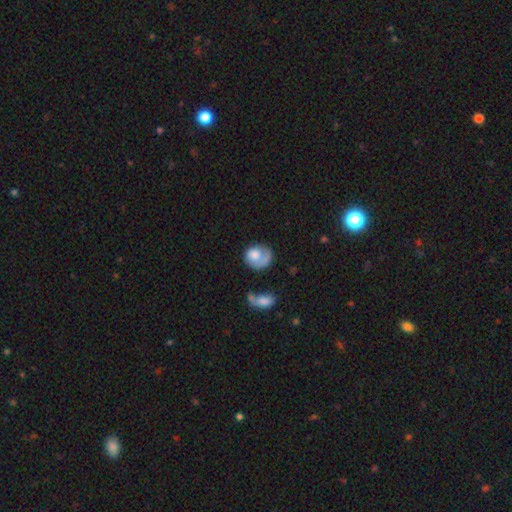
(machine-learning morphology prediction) smooth 62%, featured or disk 31%, star or artifact 7%. Down the decision tree: how rounded — round (63%); merging — none (37%).